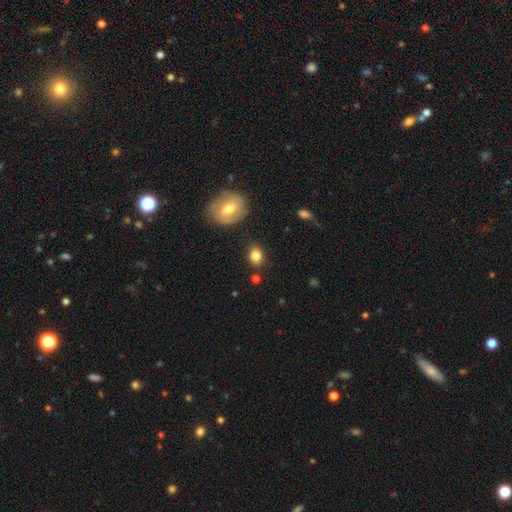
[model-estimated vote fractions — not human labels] Smooth or featured: smooth — 84% (star or artifact — 10%)
How rounded: in between — 54% (round — 44%)
Merging: none — 84% (minor disturbance — 10%)